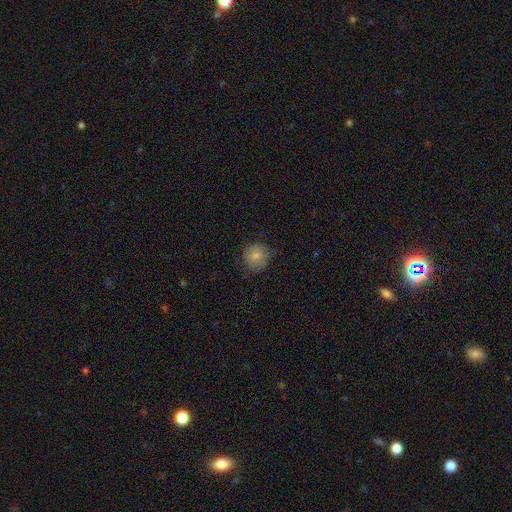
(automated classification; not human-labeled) Q: Smooth or featured?
A: smooth (82%); runner-up: featured or disk (9%)
Q: How rounded?
A: round (88%); runner-up: in between (11%)
Q: Merging?
A: none (73%); runner-up: minor disturbance (20%)